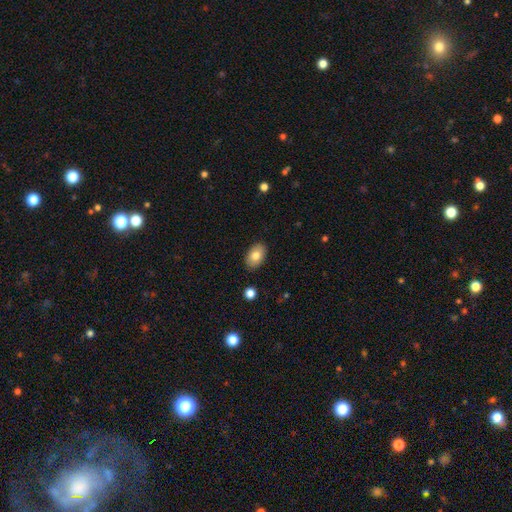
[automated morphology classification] Smooth or featured?
  - smooth: 78% *
  - featured or disk: 14%
  - star or artifact: 7%
How rounded?
  - in between: 89% *
  - round: 9%
  - cigar-shaped: 1%
Merging?
  - none: 88% *
  - minor disturbance: 9%
  - major disturbance: 2%
  - merger: 1%